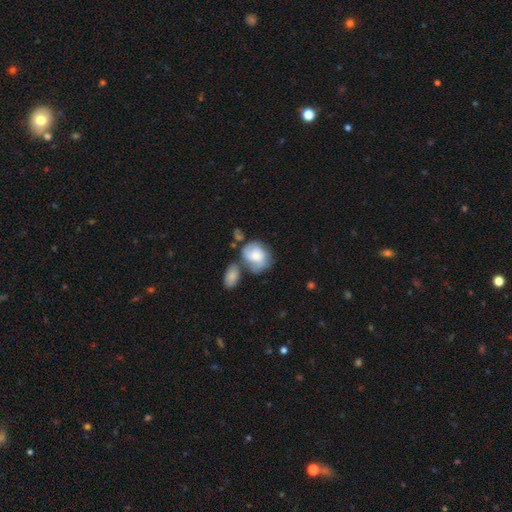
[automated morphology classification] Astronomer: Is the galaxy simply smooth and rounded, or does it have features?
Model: smooth — 53% (runner-up: featured or disk, 40%).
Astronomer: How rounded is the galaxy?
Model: in between — 53% (runner-up: round, 45%).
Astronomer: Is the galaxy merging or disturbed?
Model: none — 37% (runner-up: merger, 26%).